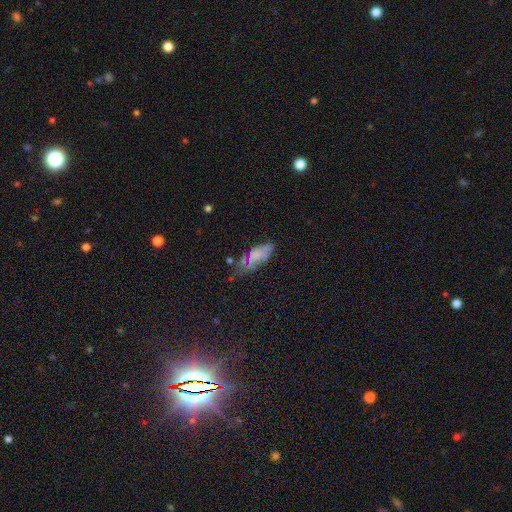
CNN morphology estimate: The model was most divided on "merging": none: 47%, minor disturbance: 31%, major disturbance: 16%, merger: 6%. More confident: how rounded — in between (75%); smooth or featured — smooth (55%).